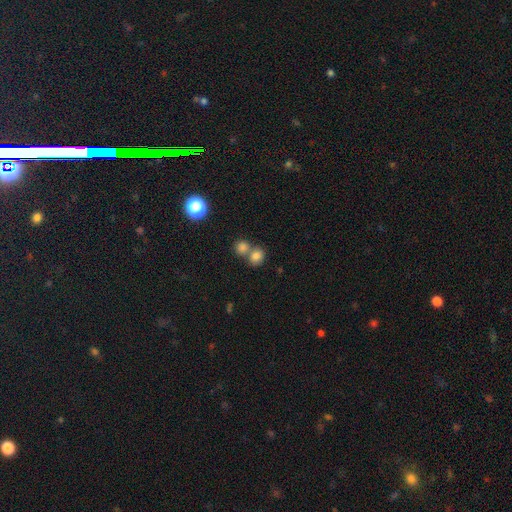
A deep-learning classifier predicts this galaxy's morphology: smooth-or-featured: smooth: 81% | star or artifact: 11% | featured or disk: 8%
  how-rounded: round: 64% | in between: 35% | cigar-shaped: 1%
  merging: merger: 51% | none: 38% | minor disturbance: 7% | major disturbance: 3%